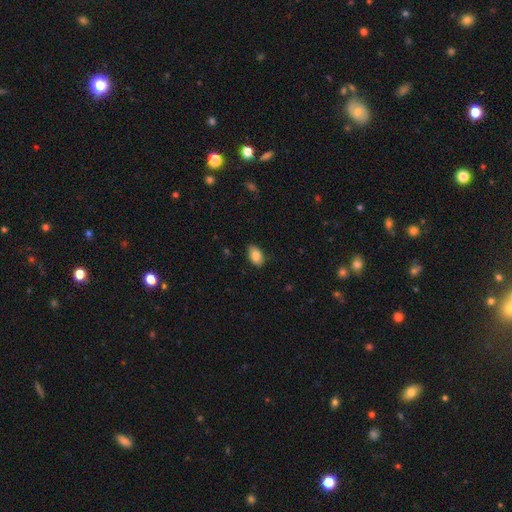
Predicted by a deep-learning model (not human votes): smooth 83%, featured or disk 10%, star or artifact 7%. Down the decision tree: how rounded — in between (91%); merging — none (83%).